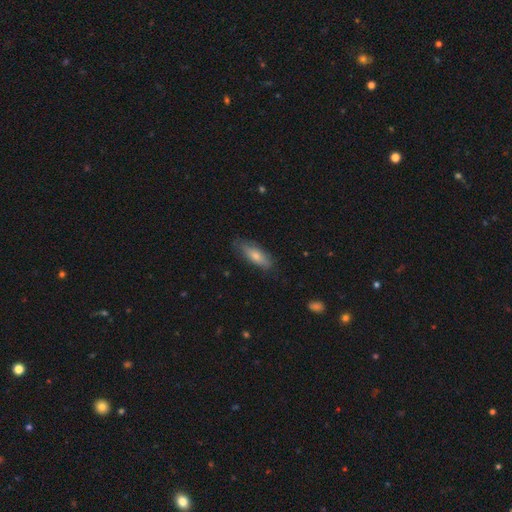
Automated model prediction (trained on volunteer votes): A smooth galaxy with no disk features (63%) that is in between round and cigar-shaped (54%). Merging: none (79%).